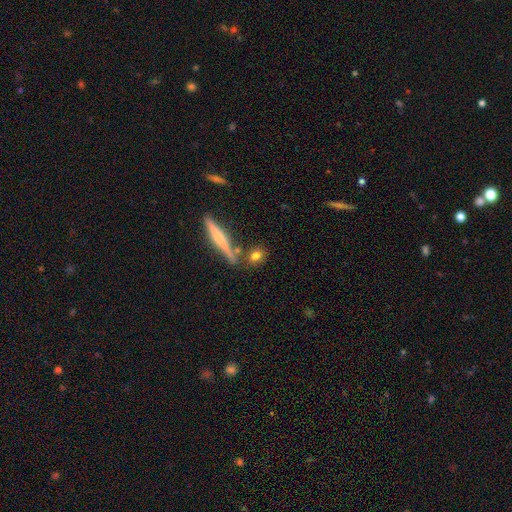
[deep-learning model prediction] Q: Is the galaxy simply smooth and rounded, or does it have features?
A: smooth — 74%.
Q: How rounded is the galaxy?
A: in between — 45%.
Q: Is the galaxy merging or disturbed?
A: none — 71%.